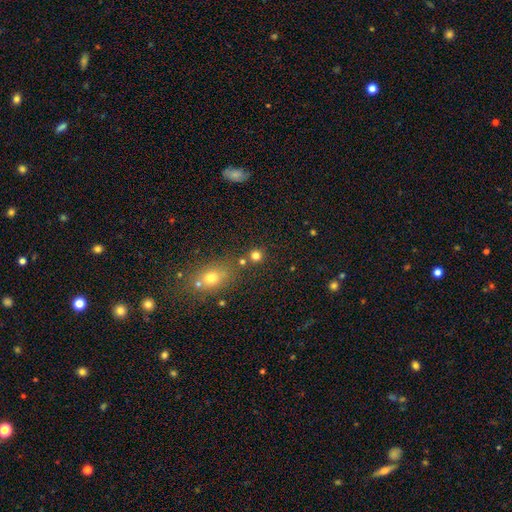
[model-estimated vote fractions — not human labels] A smooth galaxy with no disk features (77%) that is round (90%). Merging: none (76%).